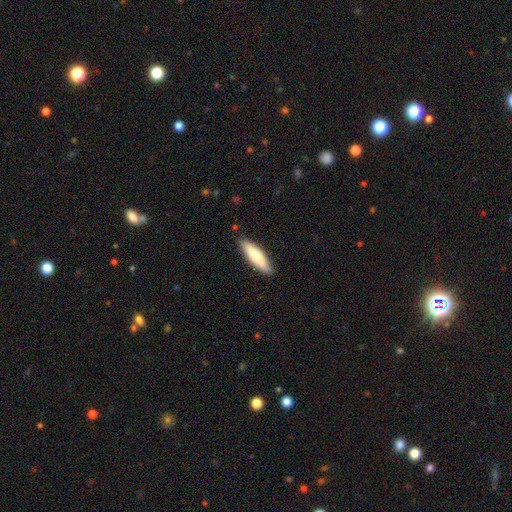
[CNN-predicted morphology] Overall: smooth (76%). How rounded: cigar-shaped (62%; in between 36%). Merging: none (88%).